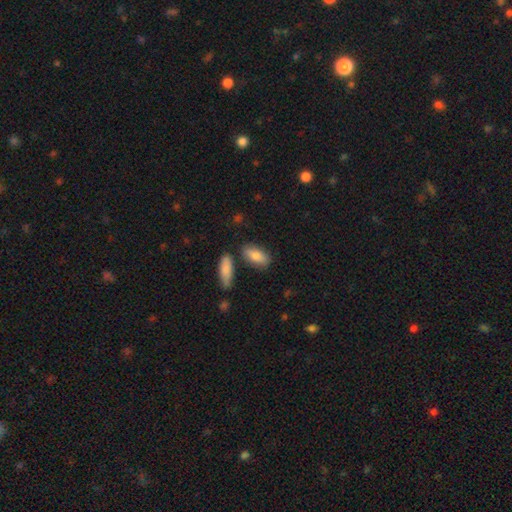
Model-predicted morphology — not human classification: smooth 81%, featured or disk 13%, star or artifact 6%. Down the decision tree: how rounded — in between (84%); merging — none (76%).